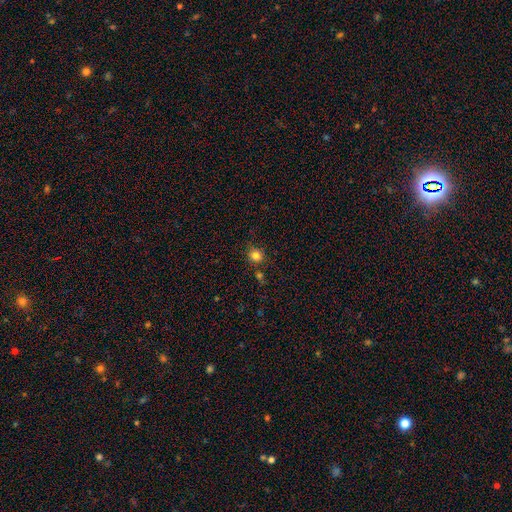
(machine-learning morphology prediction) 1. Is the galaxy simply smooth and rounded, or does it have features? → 82% smooth, 13% star or artifact, 5% featured or disk.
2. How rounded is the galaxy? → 85% round, 14% in between, 1% cigar-shaped.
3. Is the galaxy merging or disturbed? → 78% none, 12% minor disturbance, 7% merger, 3% major disturbance.